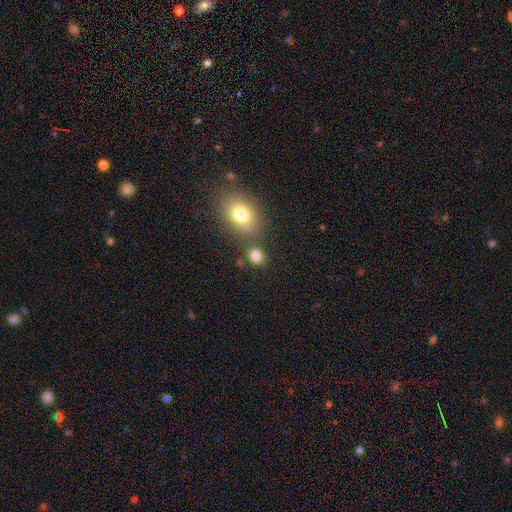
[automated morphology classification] This appears to be a smooth galaxy with no disk features (81%) that is round (65%). Merging: none (69%).